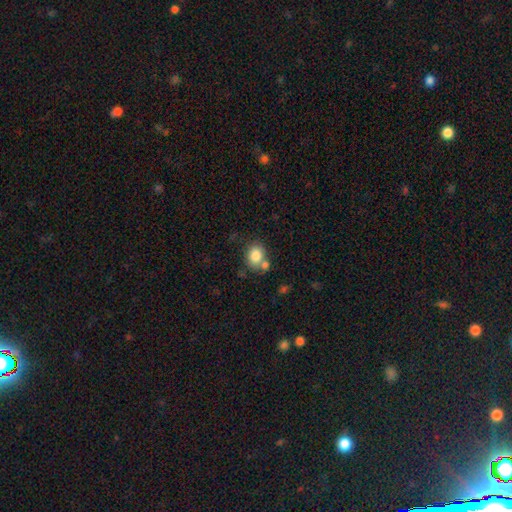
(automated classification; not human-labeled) Smooth or featured? Predicted: smooth (p=0.83). How rounded? Predicted: round (p=0.53). Merging? Predicted: none (p=0.60).